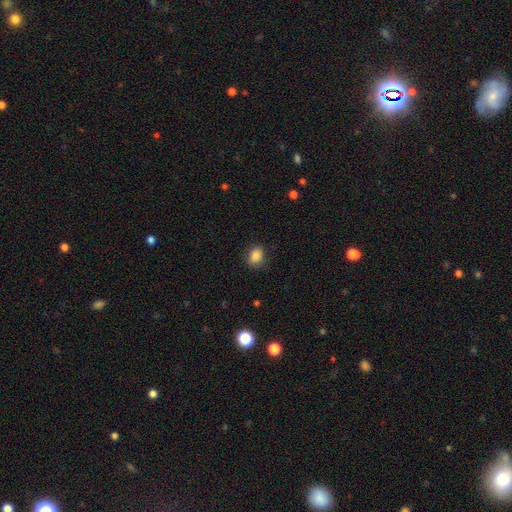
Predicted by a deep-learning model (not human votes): A smooth galaxy with no disk features (86%) that is in between round and cigar-shaped (58%).

Vote fractions:
- Smooth or featured? smooth: 86% / star or artifact: 10% / featured or disk: 4%
- How rounded? in between: 58% / round: 41% / cigar-shaped: 1%
- Merging? none: 84% / minor disturbance: 12% / major disturbance: 3% / merger: 1%